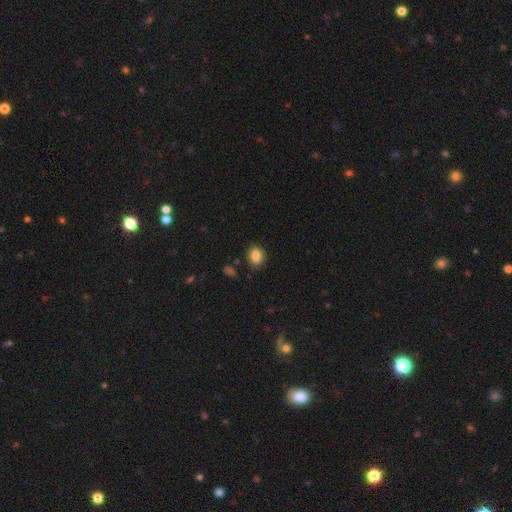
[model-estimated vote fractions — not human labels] smooth_or_featured: smooth (p=0.85) [alt: star or artifact p=0.09]
how_rounded: in between (p=0.59) [alt: round p=0.40]
merging: none (p=0.84) [alt: minor disturbance p=0.12]